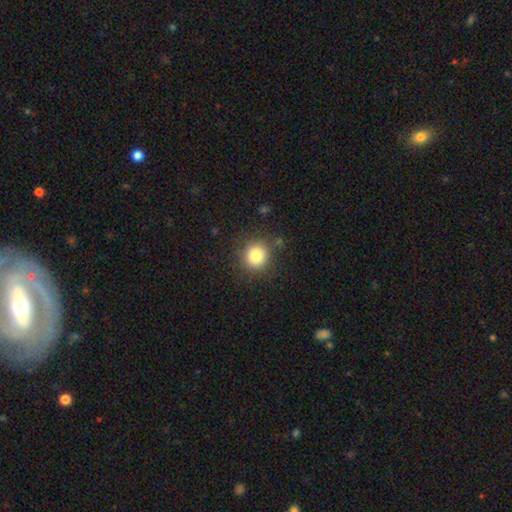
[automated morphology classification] Smooth or featured? Predicted: smooth (p=0.83). How rounded? Predicted: round (p=0.91). Merging? Predicted: none (p=0.85).